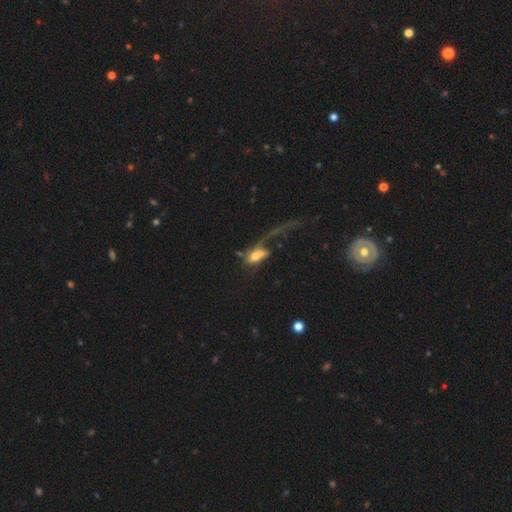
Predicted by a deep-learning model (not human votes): smooth-or-featured: smooth: 50% | featured or disk: 40% | star or artifact: 10%
  merging: major disturbance: 59% | none: 18% | merger: 12% | minor disturbance: 11%